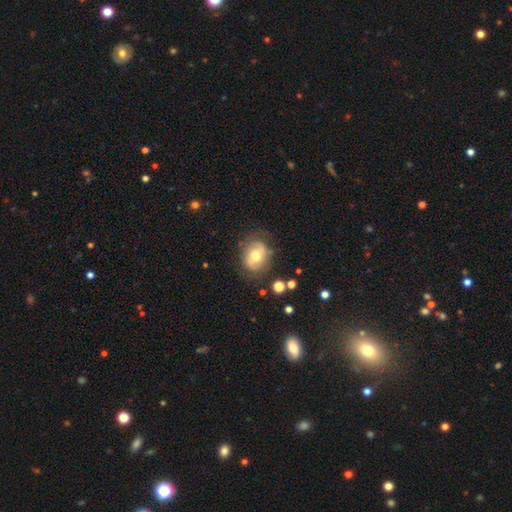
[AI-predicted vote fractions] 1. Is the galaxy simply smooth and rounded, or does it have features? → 58% smooth, 33% featured or disk, 9% star or artifact.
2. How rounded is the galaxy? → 52% round, 47% in between, 1% cigar-shaped.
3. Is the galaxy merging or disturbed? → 70% none, 20% minor disturbance, 8% major disturbance, 2% merger.